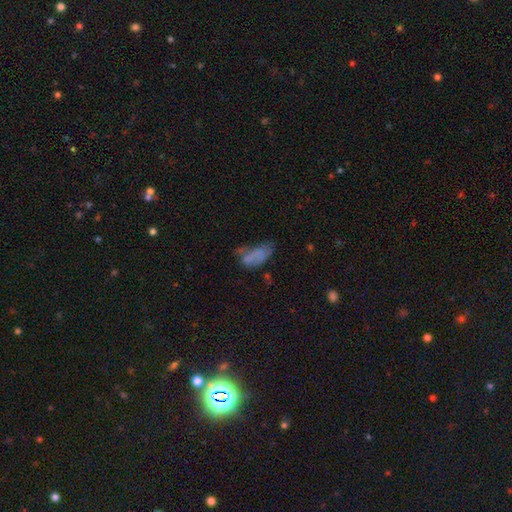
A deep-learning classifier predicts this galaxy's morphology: smooth_or_featured: smooth (p=0.58) [alt: featured or disk p=0.28]
how_rounded: in between (p=0.86) [alt: cigar-shaped p=0.10]
merging: major disturbance (p=0.34) [alt: none p=0.29]